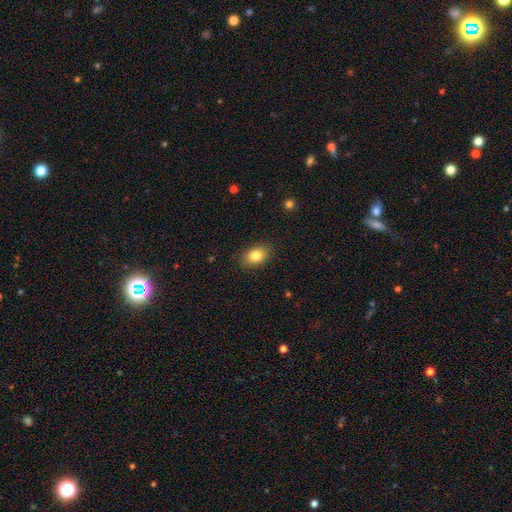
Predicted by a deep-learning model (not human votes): A smooth galaxy with no disk features (84%) that is in between round and cigar-shaped (82%).

Vote fractions:
- Smooth or featured? smooth: 84% / star or artifact: 8% / featured or disk: 7%
- How rounded? in between: 82% / round: 17% / cigar-shaped: 1%
- Merging? none: 87% / minor disturbance: 10% / major disturbance: 3% / merger: 1%